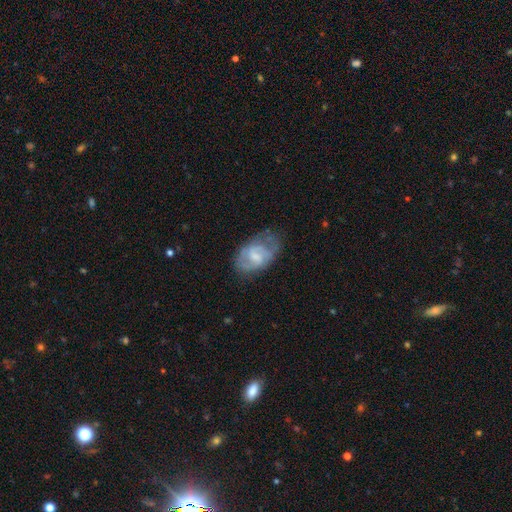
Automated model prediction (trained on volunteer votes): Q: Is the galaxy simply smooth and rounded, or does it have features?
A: featured or disk — 62%.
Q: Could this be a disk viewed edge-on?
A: no — 97%.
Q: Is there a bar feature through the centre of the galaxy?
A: weak — 57%.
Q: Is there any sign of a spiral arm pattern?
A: yes — 72%.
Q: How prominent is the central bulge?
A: small — 39%.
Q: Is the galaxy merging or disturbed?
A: none — 54%.